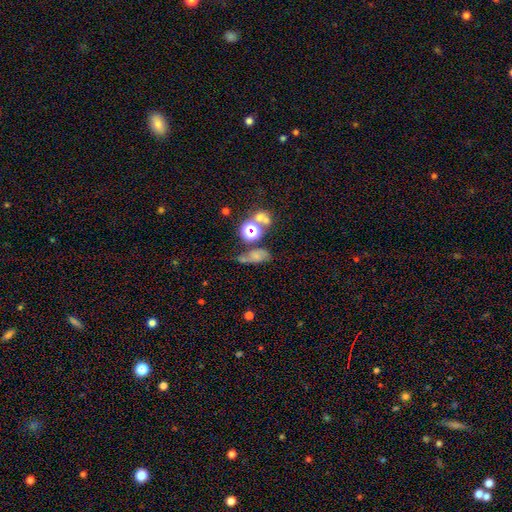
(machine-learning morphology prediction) type=smooth (53%); roundness=in between (66%); merging=none (38%).